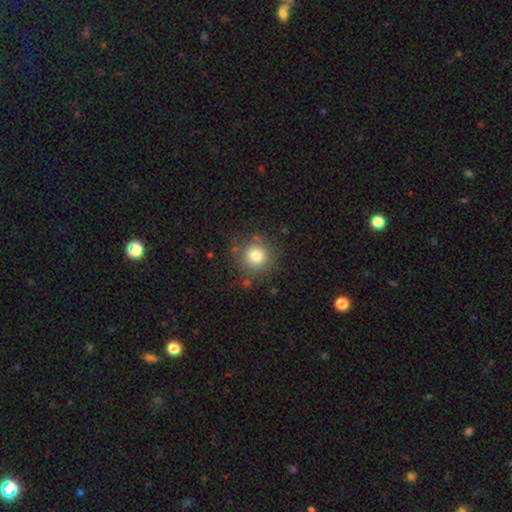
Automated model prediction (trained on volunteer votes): A smooth galaxy with no disk features (79%) that is round (94%).

Vote fractions:
- Smooth or featured? smooth: 79% / star or artifact: 12% / featured or disk: 9%
- How rounded? round: 94% / in between: 5% / cigar-shaped: 1%
- Merging? none: 83% / minor disturbance: 10% / major disturbance: 4% / merger: 3%